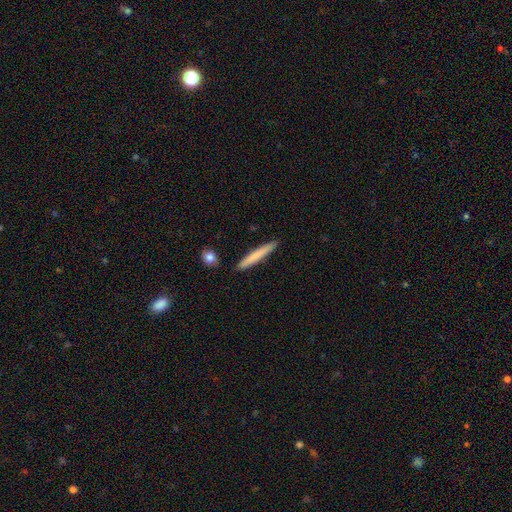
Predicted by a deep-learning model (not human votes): A smooth galaxy with no disk features (72%) that is cigar-shaped (96%). Merging: none (90%).